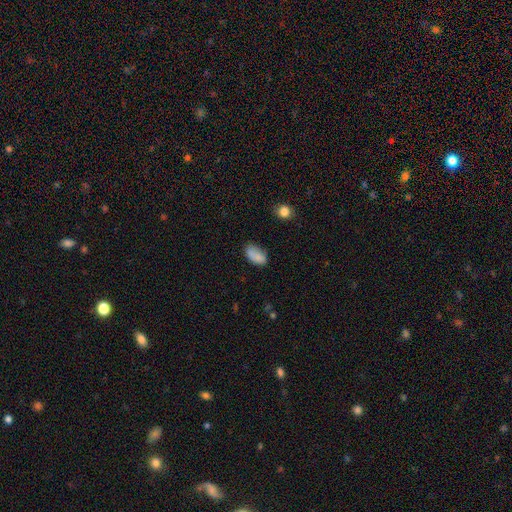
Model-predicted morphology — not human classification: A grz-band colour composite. It shows a smooth galaxy with no disk features (82%) that is in between round and cigar-shaped (92%). Merging: none (65%).